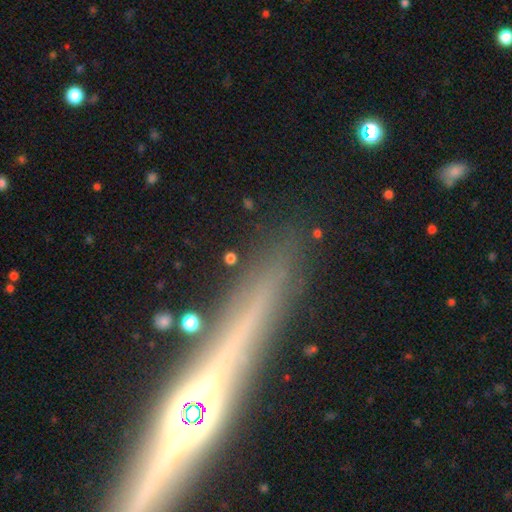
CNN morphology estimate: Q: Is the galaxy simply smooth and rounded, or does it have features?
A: featured or disk — 55%.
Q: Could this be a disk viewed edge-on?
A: yes — 90%.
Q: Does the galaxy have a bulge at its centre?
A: rounded — 45%.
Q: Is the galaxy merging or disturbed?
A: none — 84%.